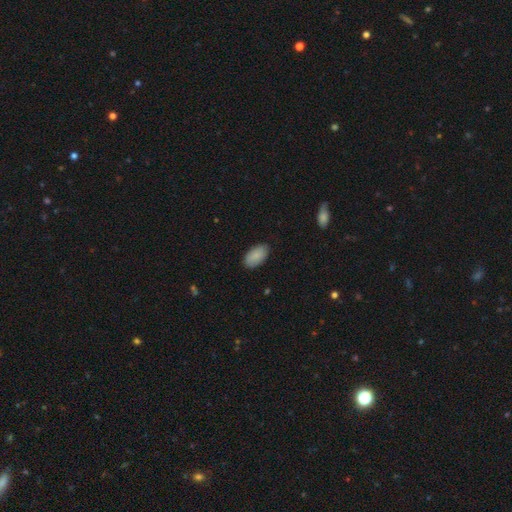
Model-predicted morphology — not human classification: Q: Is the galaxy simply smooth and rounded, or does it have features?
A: smooth — 88%.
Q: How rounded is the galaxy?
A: in between — 95%.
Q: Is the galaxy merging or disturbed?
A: none — 85%.